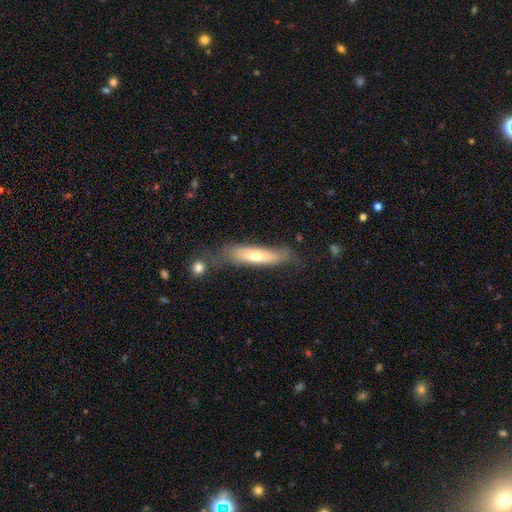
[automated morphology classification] Smooth or featured? smooth (56%)
How rounded? cigar-shaped (72%)
Merging? none (63%)